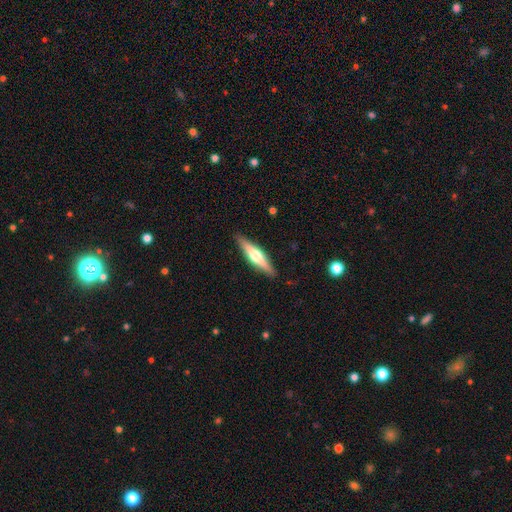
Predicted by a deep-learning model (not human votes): Smooth or featured? Predicted: featured or disk (p=0.61). Edge-on disk? Predicted: yes (p=0.96). Edge-on bulge? Predicted: rounded (p=0.92). Merging? Predicted: none (p=0.90).